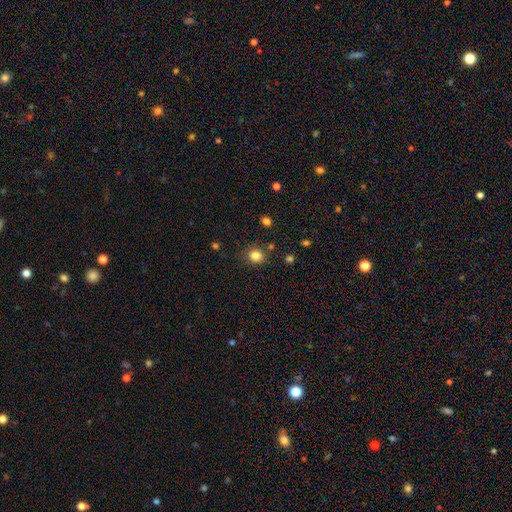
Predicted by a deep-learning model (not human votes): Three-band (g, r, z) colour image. It shows a smooth galaxy with no disk features (82%) that is round (77%). Merging: none (82%).